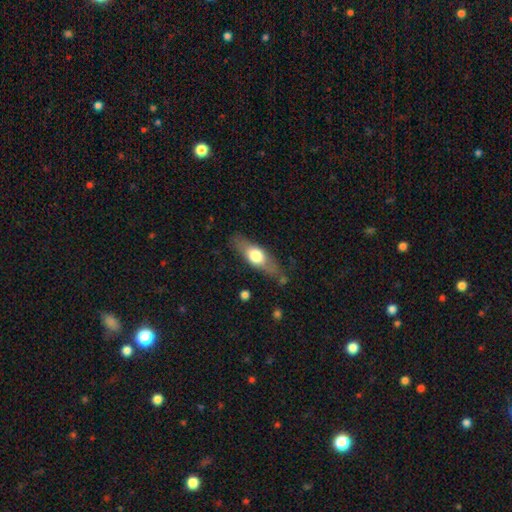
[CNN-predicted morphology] smooth_or_featured: smooth (p=0.55) [alt: featured or disk p=0.39]
how_rounded: in between (p=0.58) [alt: cigar-shaped p=0.38]
merging: none (p=0.75) [alt: minor disturbance p=0.17]